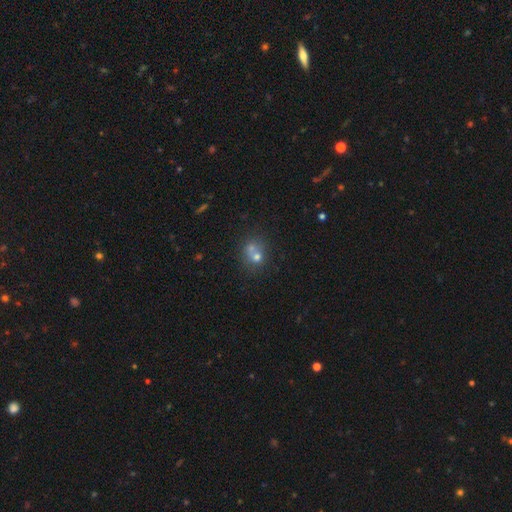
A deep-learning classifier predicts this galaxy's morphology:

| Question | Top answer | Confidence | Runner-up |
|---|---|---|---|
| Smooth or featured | smooth | 61% | featured or disk (20%) |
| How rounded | round | 76% | in between (23%) |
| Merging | merger | 57% | none (33%) |